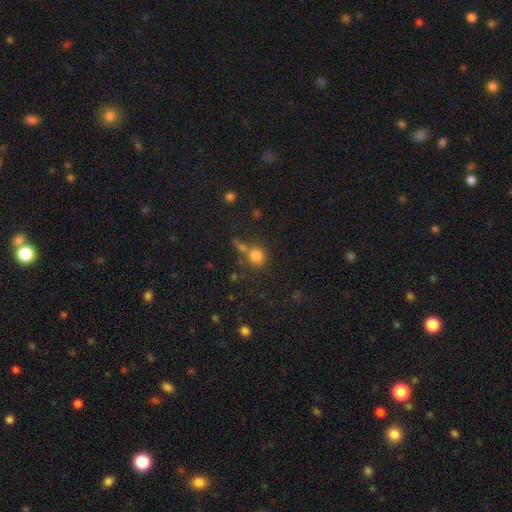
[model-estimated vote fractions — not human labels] smooth-or-featured: smooth: 80% | star or artifact: 13% | featured or disk: 6%
  how-rounded: round: 83% | in between: 16% | cigar-shaped: 1%
  merging: none: 58% | merger: 26% | minor disturbance: 11% | major disturbance: 5%